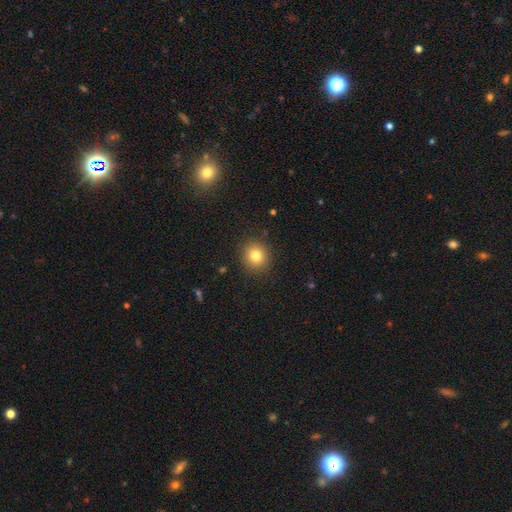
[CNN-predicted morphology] This appears to be a smooth galaxy with no disk features (81%) that is round (87%). Merging: none (90%).